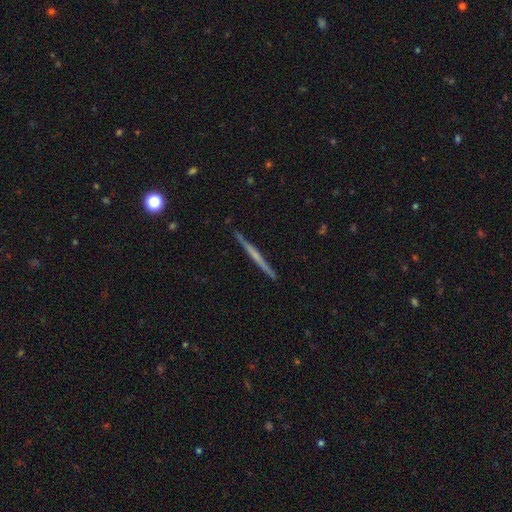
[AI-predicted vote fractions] The model was most divided on "edge-on bulge": none: 60%, rounded: 33%, boxy: 8%. More confident: edge-on disk — yes (98%); merging — none (92%); smooth or featured — featured or disk (69%).